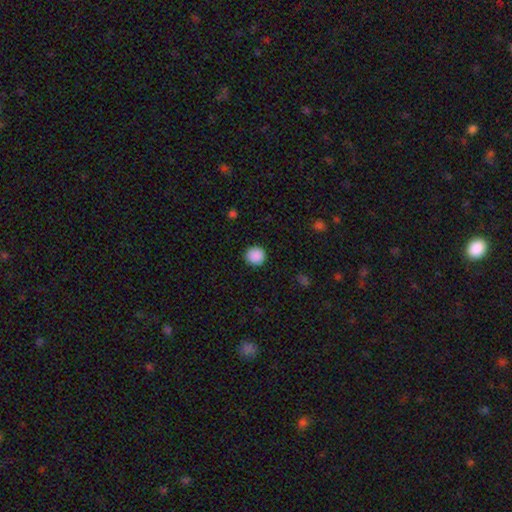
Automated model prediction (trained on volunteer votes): A smooth galaxy with no disk features (89%) that is round (94%). Merging: none (92%).